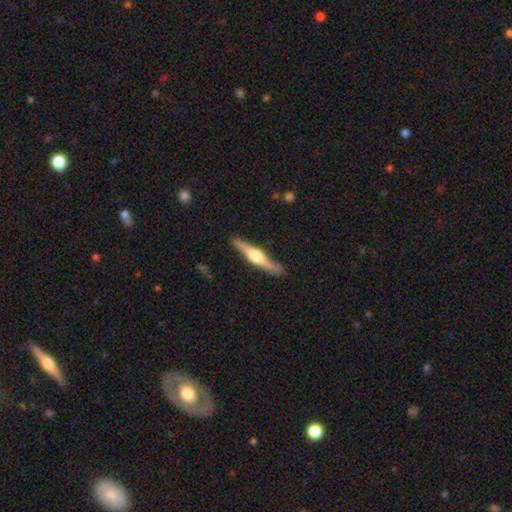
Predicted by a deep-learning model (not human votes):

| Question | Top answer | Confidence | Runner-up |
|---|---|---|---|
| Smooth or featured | featured or disk | 69% | smooth (27%) |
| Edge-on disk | yes | 97% | no (3%) |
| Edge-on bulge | rounded | 91% | boxy (6%) |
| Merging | none | 87% | minor disturbance (10%) |